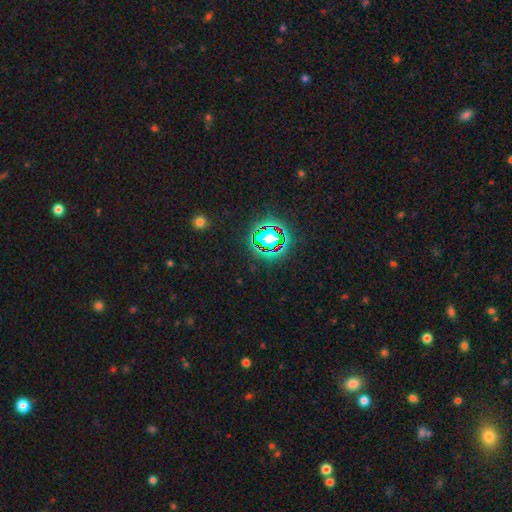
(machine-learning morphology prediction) type=star or artifact (81%).